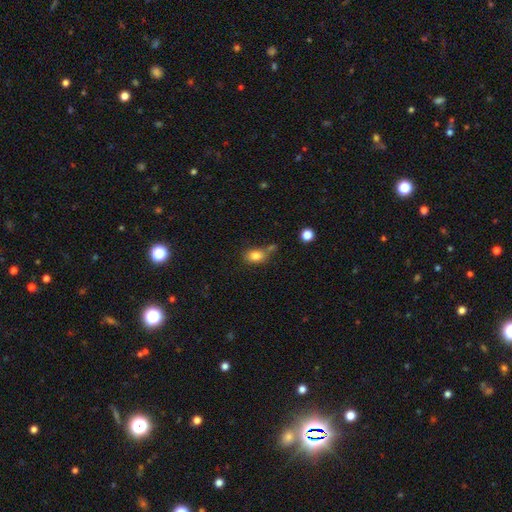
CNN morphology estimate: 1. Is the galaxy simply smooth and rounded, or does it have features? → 81% smooth, 10% star or artifact, 8% featured or disk.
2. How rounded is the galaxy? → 73% in between, 25% round, 2% cigar-shaped.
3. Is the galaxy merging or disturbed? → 51% none, 22% minor disturbance, 19% merger, 8% major disturbance.